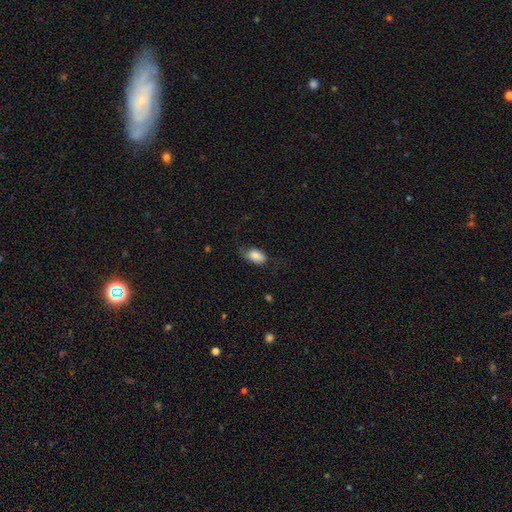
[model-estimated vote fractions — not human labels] Q: Smooth or featured?
A: smooth (85%); runner-up: featured or disk (8%)
Q: How rounded?
A: in between (91%); runner-up: round (7%)
Q: Merging?
A: none (57%); runner-up: minor disturbance (30%)